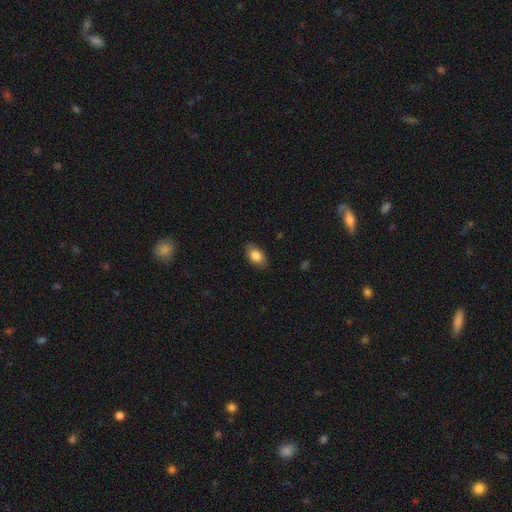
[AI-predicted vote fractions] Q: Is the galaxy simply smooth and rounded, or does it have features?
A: smooth — 84%.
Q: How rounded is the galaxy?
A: in between — 91%.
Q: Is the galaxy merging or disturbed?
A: none — 86%.